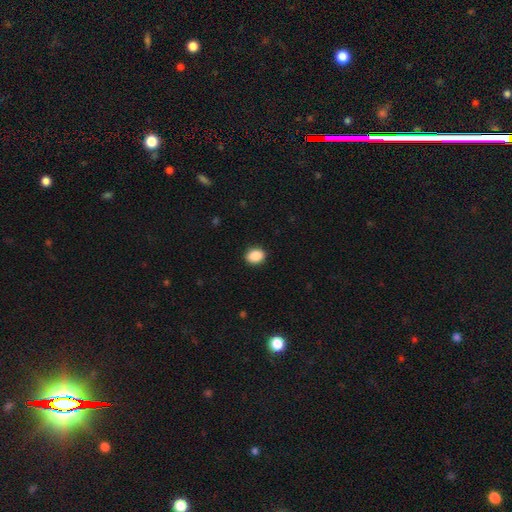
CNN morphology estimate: smooth_or_featured: smooth (p=0.89) [alt: star or artifact p=0.08]
how_rounded: in between (p=0.50) [alt: round p=0.49]
merging: none (p=0.90) [alt: minor disturbance p=0.08]